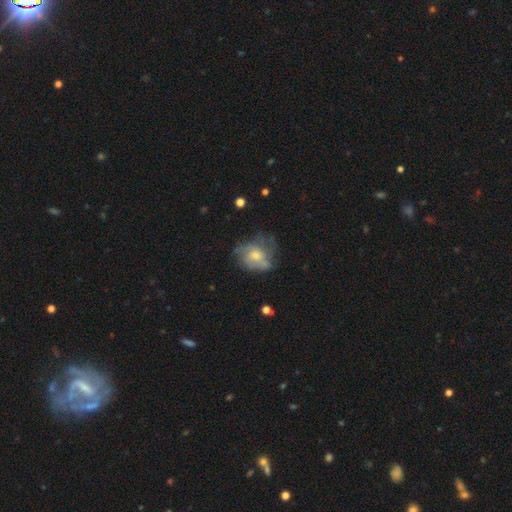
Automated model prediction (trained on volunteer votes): featured or disk 51%, smooth 40%, star or artifact 9%. Down the decision tree: edge-on disk — no (97%); merging — none (46%).